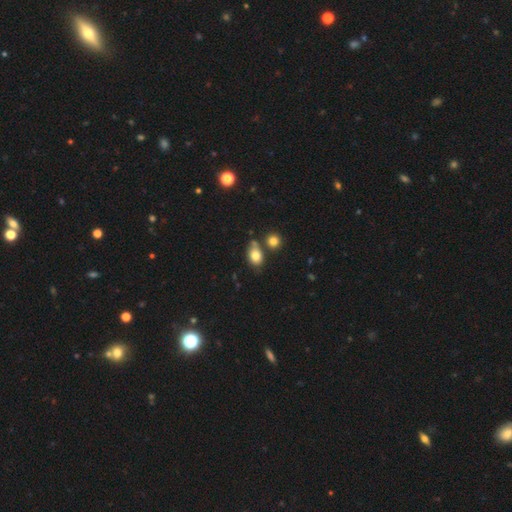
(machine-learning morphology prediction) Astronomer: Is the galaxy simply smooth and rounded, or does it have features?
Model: smooth — 79%.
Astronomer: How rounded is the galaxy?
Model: in between — 70%.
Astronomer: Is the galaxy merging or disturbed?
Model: none — 57%.